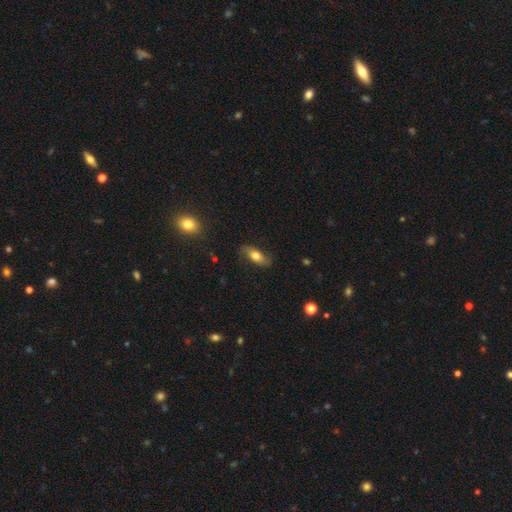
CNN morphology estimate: A smooth galaxy with no disk features (61%) that is in between round and cigar-shaped (76%).

Vote fractions:
- Smooth or featured? smooth: 61% / featured or disk: 32% / star or artifact: 7%
- How rounded? in between: 76% / cigar-shaped: 19% / round: 5%
- Merging? none: 77% / minor disturbance: 18% / major disturbance: 5% / merger: 1%